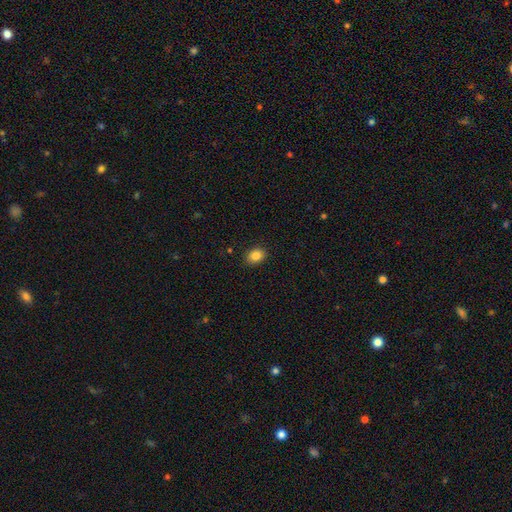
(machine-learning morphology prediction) type=smooth (85%); roundness=in between (58%); merging=none (89%).